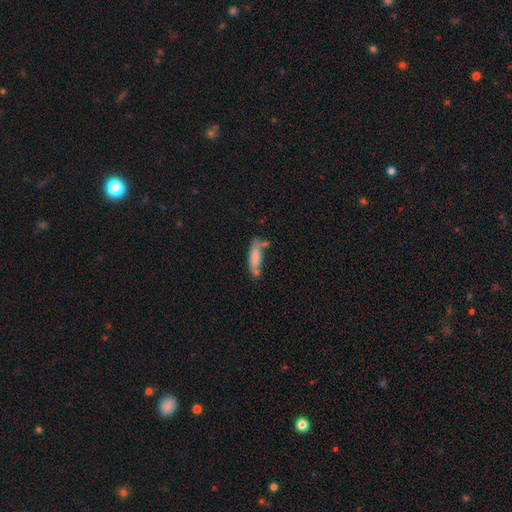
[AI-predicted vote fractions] A smooth galaxy with no disk features (75%) that is cigar-shaped (63%). Merging: none (49%).